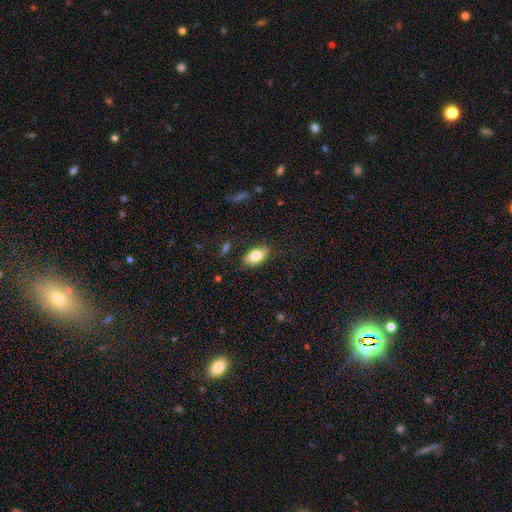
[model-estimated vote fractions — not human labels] A smooth galaxy with no disk features (79%) that is in between round and cigar-shaped (91%).

Vote fractions:
- Smooth or featured? smooth: 79% / featured or disk: 14% / star or artifact: 7%
- How rounded? in between: 91% / cigar-shaped: 5% / round: 4%
- Merging? none: 82% / minor disturbance: 13% / major disturbance: 3% / merger: 1%